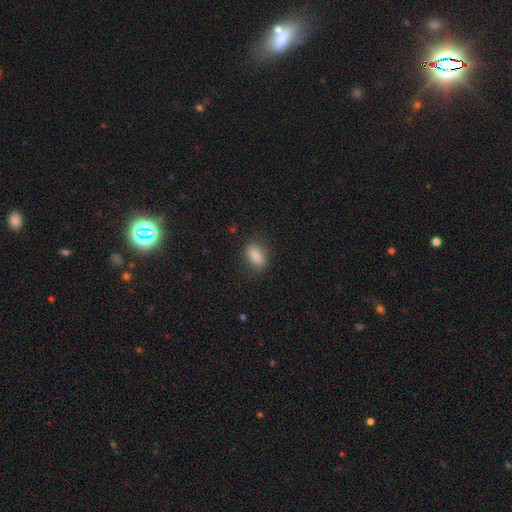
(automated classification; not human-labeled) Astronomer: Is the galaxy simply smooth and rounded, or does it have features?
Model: smooth — 88%.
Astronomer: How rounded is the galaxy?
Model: in between — 87%.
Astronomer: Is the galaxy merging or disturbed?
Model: none — 82%.